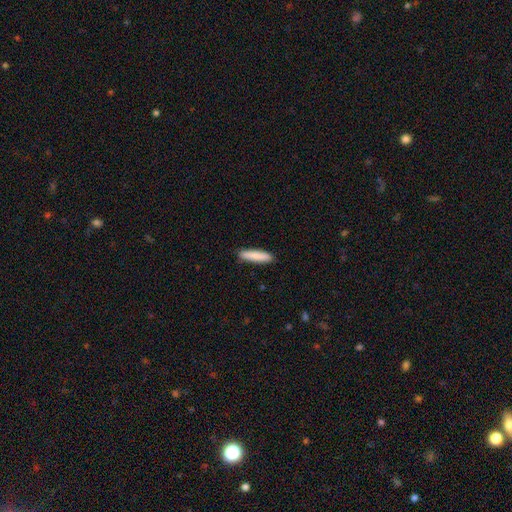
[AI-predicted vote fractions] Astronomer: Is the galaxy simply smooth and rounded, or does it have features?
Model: smooth — 86%.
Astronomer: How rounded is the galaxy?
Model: cigar-shaped — 84%.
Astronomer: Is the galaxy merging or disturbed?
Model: none — 90%.